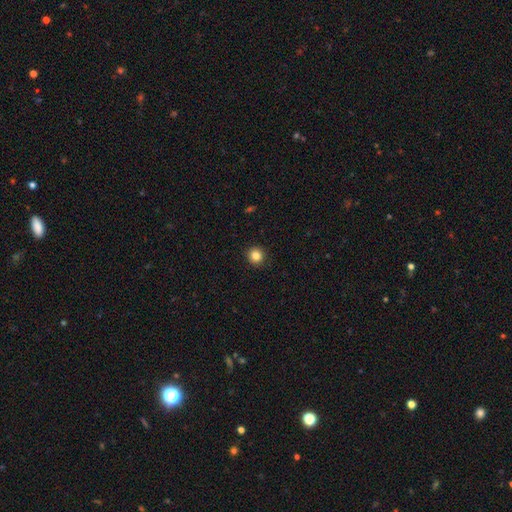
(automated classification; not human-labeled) Smooth or featured? Predicted: smooth (p=0.85). How rounded? Predicted: round (p=0.93). Merging? Predicted: none (p=0.92).